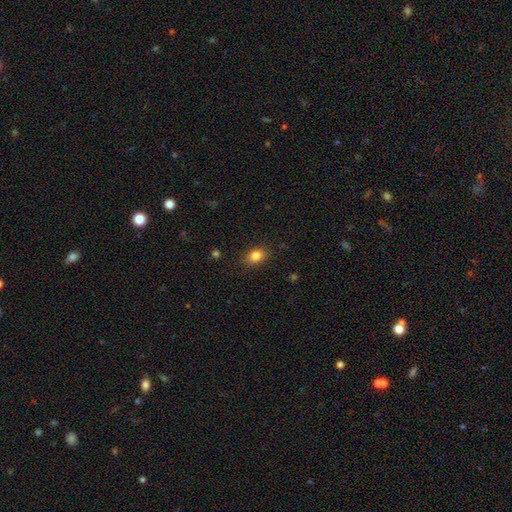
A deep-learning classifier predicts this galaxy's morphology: Q: Smooth or featured?
A: smooth (84%); runner-up: star or artifact (10%)
Q: How rounded?
A: in between (65%); runner-up: round (33%)
Q: Merging?
A: none (86%); runner-up: minor disturbance (11%)